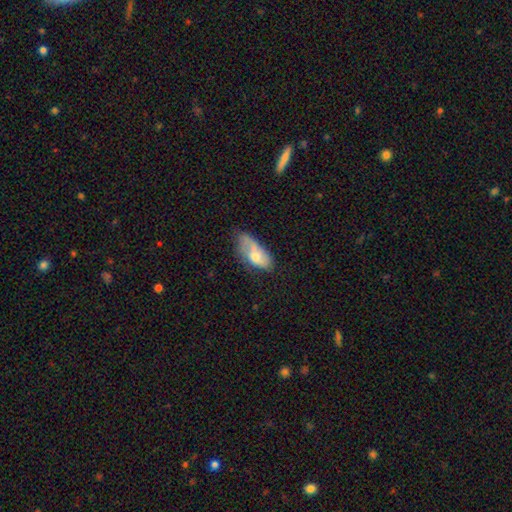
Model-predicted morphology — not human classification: Smooth or featured: smooth — 61% (featured or disk — 32%)
How rounded: in between — 89% (cigar-shaped — 8%)
Merging: minor disturbance — 32% (tied with none — 32%)